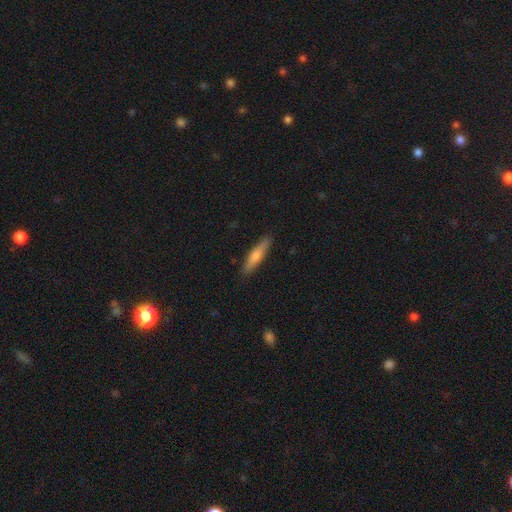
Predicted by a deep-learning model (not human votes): This is likely a smooth galaxy (61%). How rounded: clearly cigar-shaped (83%). Merging: clearly none (89%).